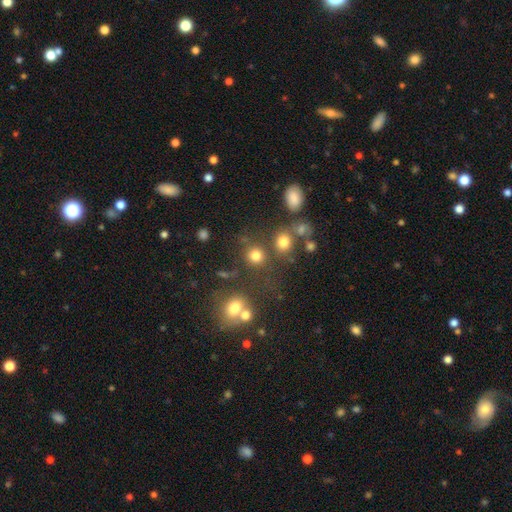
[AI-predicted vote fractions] Overall: smooth (78%). How rounded: round (87%). Merging: none (69%).